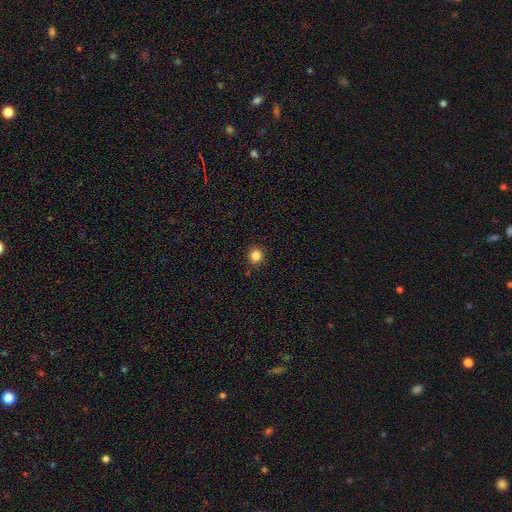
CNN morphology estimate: smooth-or-featured: smooth: 84% | star or artifact: 12% | featured or disk: 4%
  how-rounded: round: 91% | in between: 8% | cigar-shaped: 1%
  merging: none: 89% | minor disturbance: 7% | major disturbance: 2% | merger: 2%